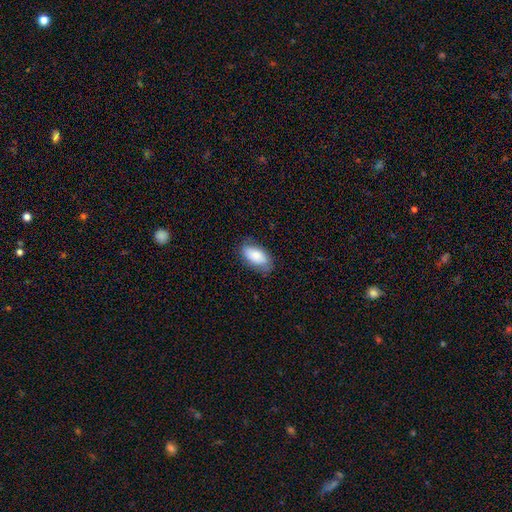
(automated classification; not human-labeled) The model was most divided on "merging": none: 74%, minor disturbance: 20%, major disturbance: 4%, merger: 1%. More confident: how rounded — in between (92%); smooth or featured — smooth (83%).